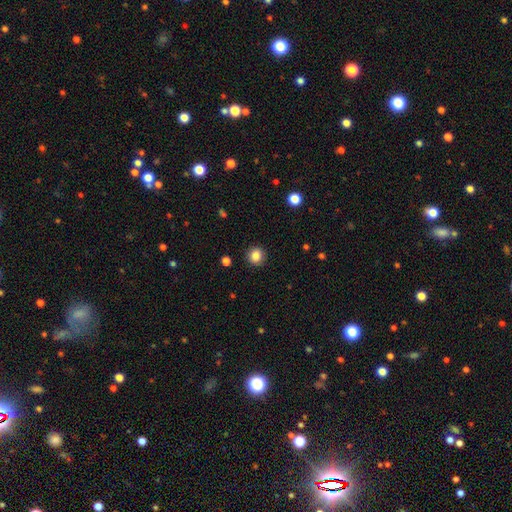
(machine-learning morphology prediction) type=smooth (85%); roundness=round (90%); merging=none (91%).